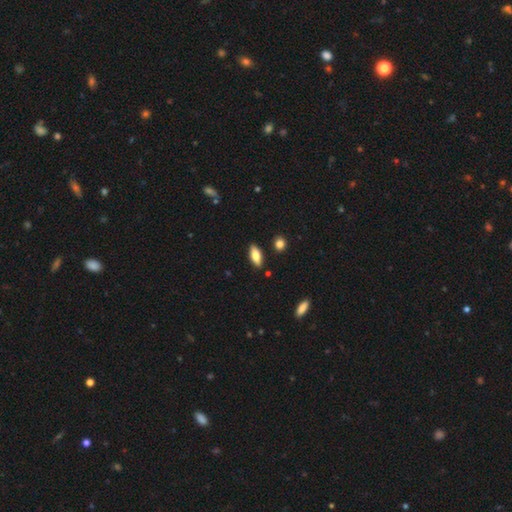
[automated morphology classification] Smooth or featured?
  - smooth: 72% *
  - featured or disk: 21%
  - star or artifact: 7%
How rounded?
  - in between: 76% *
  - cigar-shaped: 21%
  - round: 3%
Merging?
  - none: 86% *
  - minor disturbance: 10%
  - merger: 2%
  - major disturbance: 2%